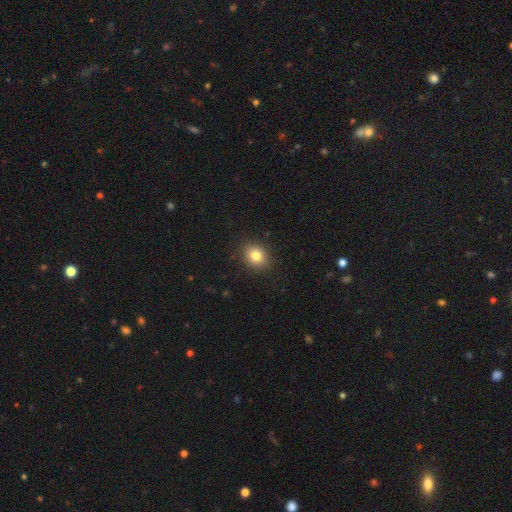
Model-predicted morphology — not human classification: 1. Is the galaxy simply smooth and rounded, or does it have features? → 82% smooth, 11% star or artifact, 7% featured or disk.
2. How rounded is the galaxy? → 58% round, 41% in between, 1% cigar-shaped.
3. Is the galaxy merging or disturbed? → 89% none, 8% minor disturbance, 2% major disturbance, 1% merger.